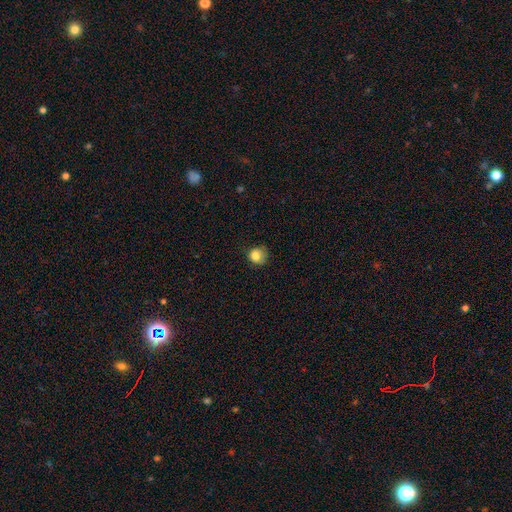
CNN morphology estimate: Q: Smooth or featured?
A: smooth (81%); runner-up: star or artifact (10%)
Q: How rounded?
A: round (83%); runner-up: in between (16%)
Q: Merging?
A: none (64%); runner-up: minor disturbance (27%)